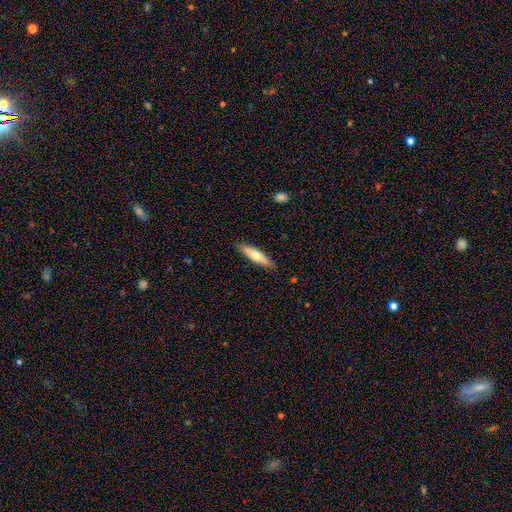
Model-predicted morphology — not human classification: smooth-or-featured: smooth: 54% | featured or disk: 40% | star or artifact: 6%
  how-rounded: cigar-shaped: 73% | in between: 25% | round: 2%
  merging: none: 89% | minor disturbance: 8% | major disturbance: 2% | merger: 1%